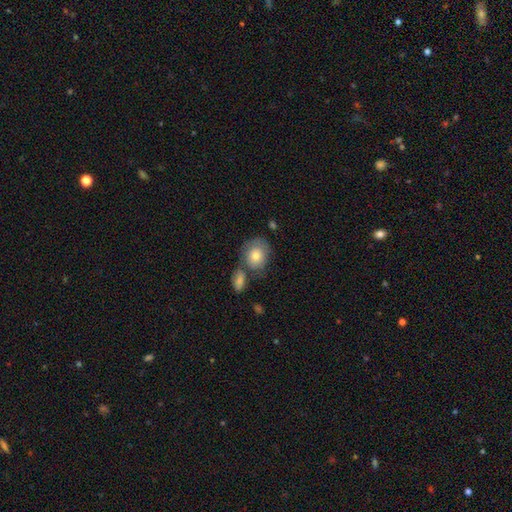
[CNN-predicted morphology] Smooth or featured? Predicted: smooth (p=0.75). How rounded? Predicted: round (p=0.60). Merging? Predicted: none (p=0.51).